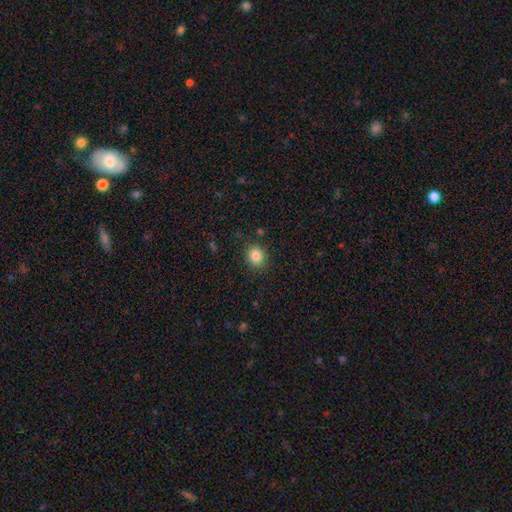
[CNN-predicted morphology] Smooth or featured? Predicted: smooth (p=0.85). How rounded? Predicted: round (p=0.69). Merging? Predicted: none (p=0.87).